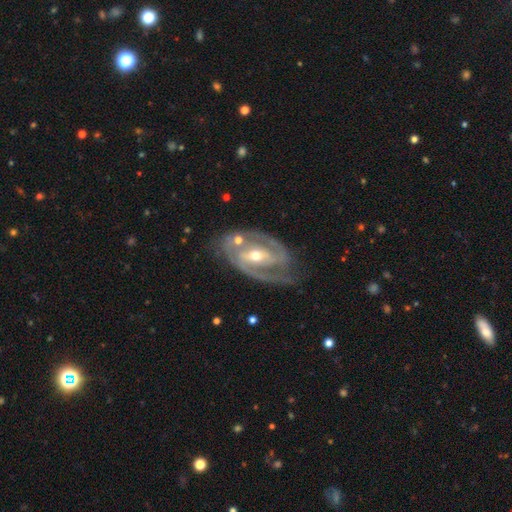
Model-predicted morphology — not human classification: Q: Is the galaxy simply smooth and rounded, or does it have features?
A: featured or disk — 91%.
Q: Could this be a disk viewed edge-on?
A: no — 96%.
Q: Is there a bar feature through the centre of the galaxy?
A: strong — 50%.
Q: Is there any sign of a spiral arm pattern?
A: yes — 97%.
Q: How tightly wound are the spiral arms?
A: medium — 46%, tied with tight.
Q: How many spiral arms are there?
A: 2 — 86%.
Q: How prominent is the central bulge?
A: moderate — 54%.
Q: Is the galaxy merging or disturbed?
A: none — 71%.